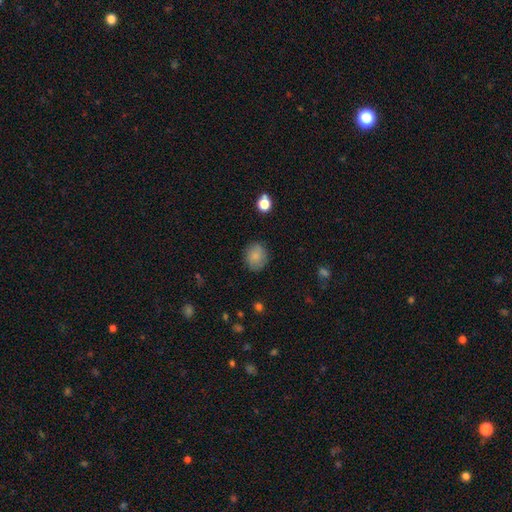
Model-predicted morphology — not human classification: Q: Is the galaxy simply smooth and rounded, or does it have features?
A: smooth — 82%.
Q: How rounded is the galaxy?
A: round — 64%.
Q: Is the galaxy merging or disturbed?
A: none — 82%.